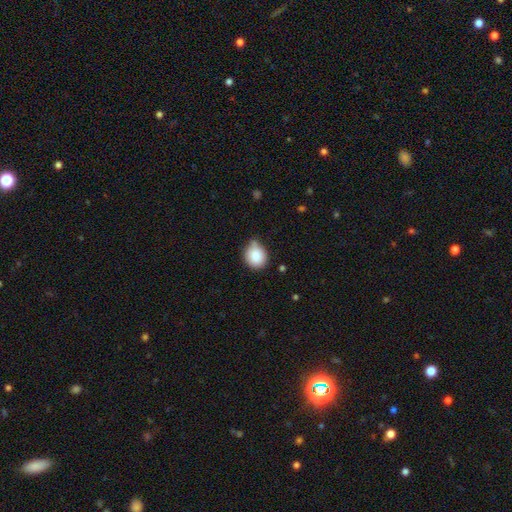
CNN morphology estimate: type=smooth (87%); roundness=round (69%); merging=none (56%).